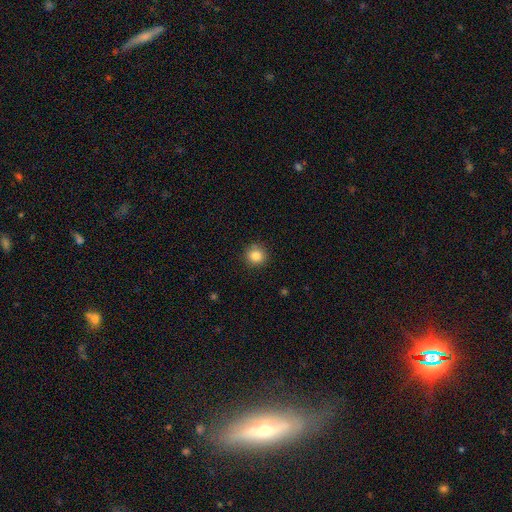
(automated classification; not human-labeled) Q: Smooth or featured?
A: smooth (85%); runner-up: star or artifact (10%)
Q: How rounded?
A: round (93%); runner-up: in between (6%)
Q: Merging?
A: none (90%); runner-up: minor disturbance (7%)